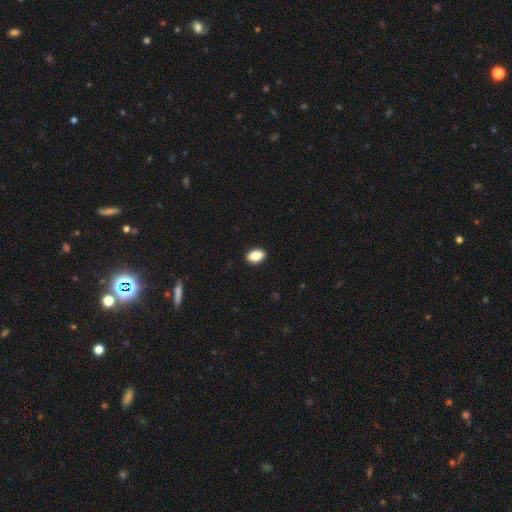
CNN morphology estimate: Smooth or featured?
  - smooth: 86% *
  - star or artifact: 8%
  - featured or disk: 6%
How rounded?
  - in between: 86% *
  - round: 13%
  - cigar-shaped: 2%
Merging?
  - none: 91% *
  - minor disturbance: 6%
  - major disturbance: 1%
  - merger: 1%